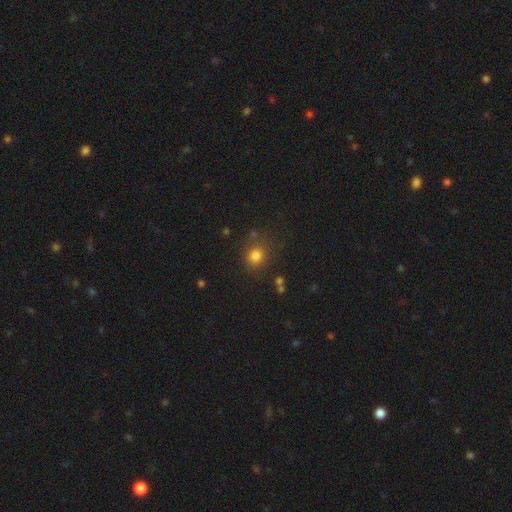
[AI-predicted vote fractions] This is likely a smooth galaxy (79%). How rounded: clearly round (82%). Merging: clearly none (80%).